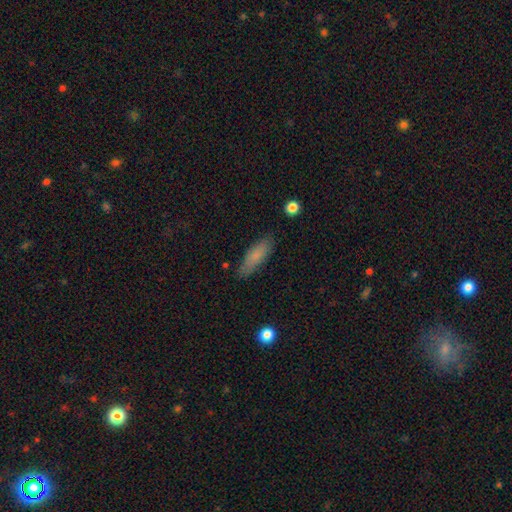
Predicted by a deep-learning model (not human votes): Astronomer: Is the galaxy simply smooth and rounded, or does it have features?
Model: smooth — 78%.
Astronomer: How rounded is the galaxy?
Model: cigar-shaped — 54% (runner-up: in between, 44%).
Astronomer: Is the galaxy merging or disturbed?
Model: none — 83%.